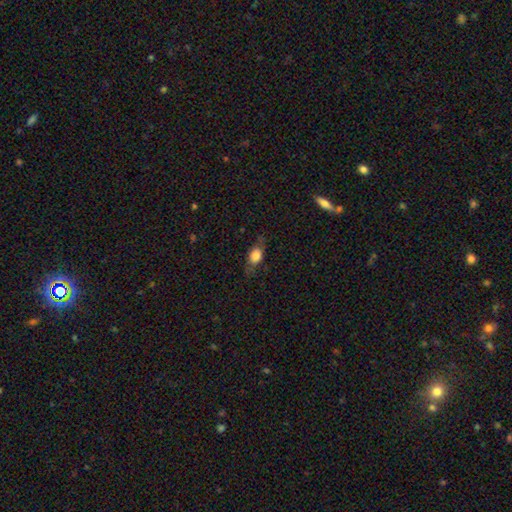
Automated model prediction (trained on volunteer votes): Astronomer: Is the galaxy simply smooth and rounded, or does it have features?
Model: smooth — 68%.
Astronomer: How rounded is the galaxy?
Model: in between — 70%.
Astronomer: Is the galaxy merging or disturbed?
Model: none — 70%.